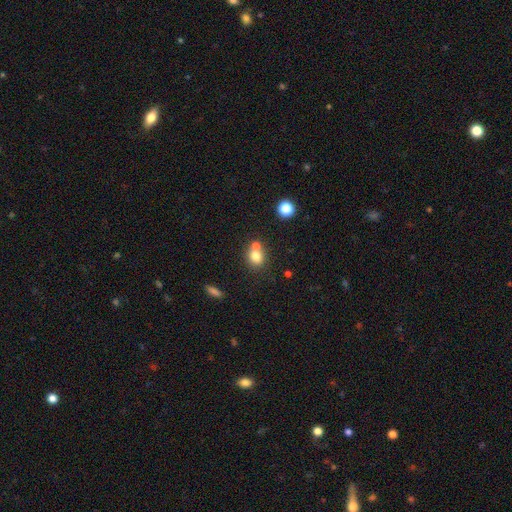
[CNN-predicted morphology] Smooth or featured: smooth — 76% (star or artifact — 12%)
How rounded: round — 75% (in between — 24%)
Merging: none — 49% (merger — 40%)